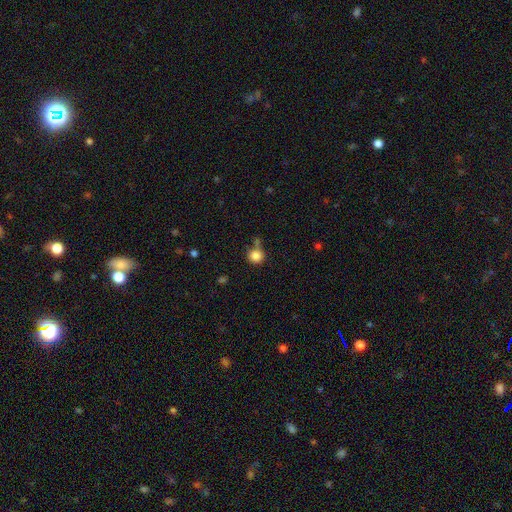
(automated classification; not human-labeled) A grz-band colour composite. It shows a smooth galaxy with no disk features (84%) that is round (86%). Merging: none (64%).